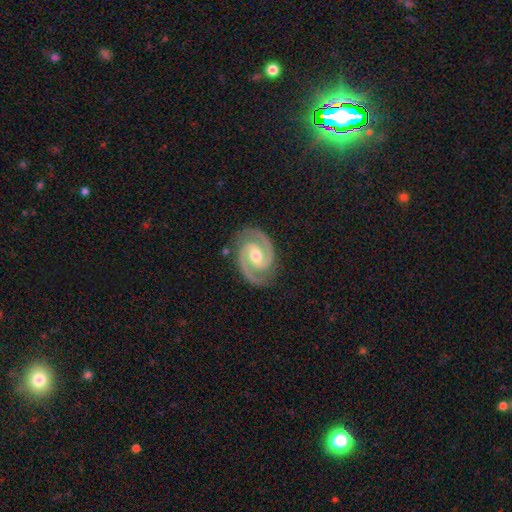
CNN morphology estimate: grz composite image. It shows a featured or disk galaxy (94%) with a weak bar (42%), 2 (95%) tight (49%) spiral arms (99%) and a moderate central bulge (73%). Merging: none (87%).